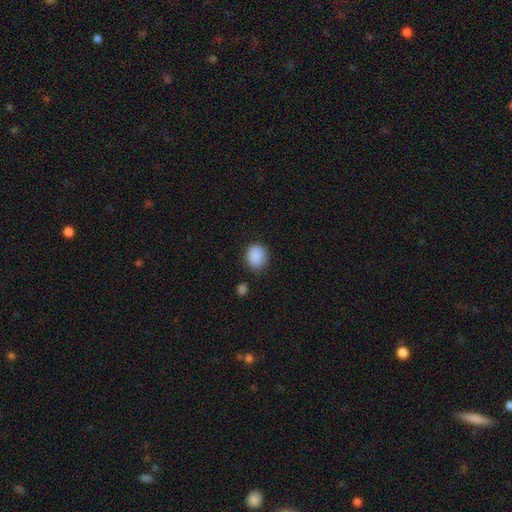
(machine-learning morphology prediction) This is clearly a smooth galaxy (89%). How rounded: likely round (71%). Merging: clearly none (82%).